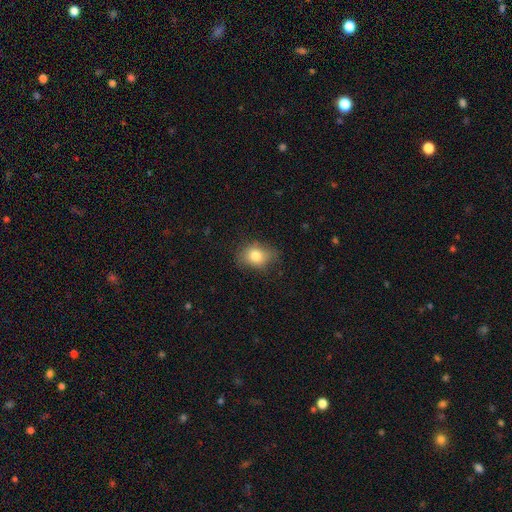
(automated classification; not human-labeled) Smooth or featured? smooth (80%)
How rounded? in between (58%)
Merging? none (70%)